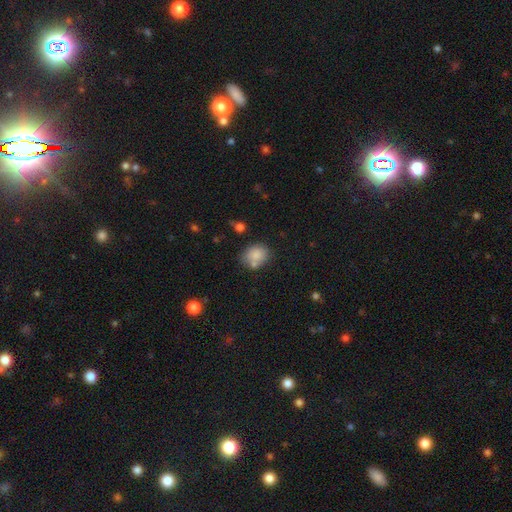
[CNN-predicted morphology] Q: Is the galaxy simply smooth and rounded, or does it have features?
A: smooth — 82%.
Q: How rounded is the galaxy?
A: round — 58%.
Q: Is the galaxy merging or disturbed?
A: none — 64%.